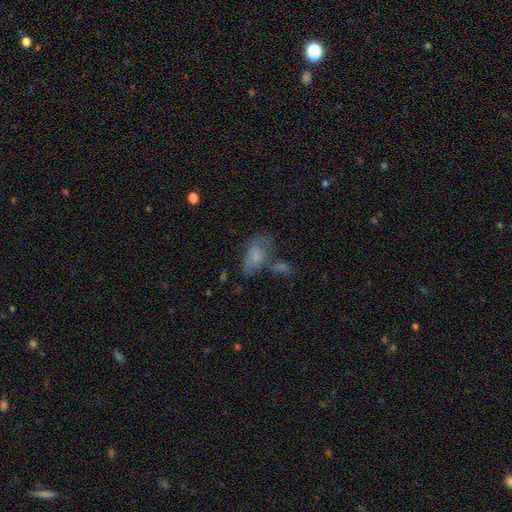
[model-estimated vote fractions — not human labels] A smooth galaxy with no disk features (68%) that is in between round and cigar-shaped (90%). Merging: none (35%).